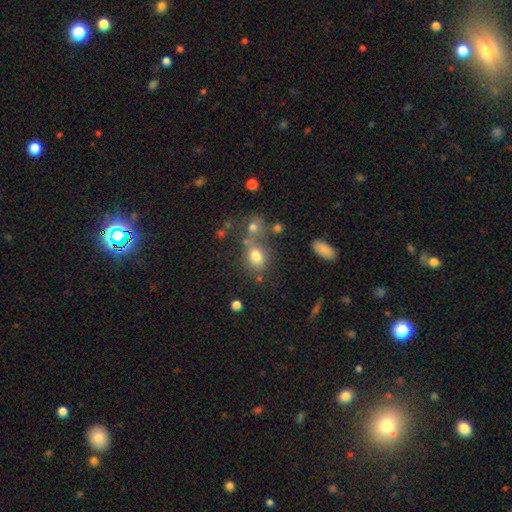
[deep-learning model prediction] smooth_or_featured: smooth (p=0.75) [alt: star or artifact p=0.14]
how_rounded: in between (p=0.58) [alt: round p=0.40]
merging: none (p=0.50) [alt: merger p=0.29]